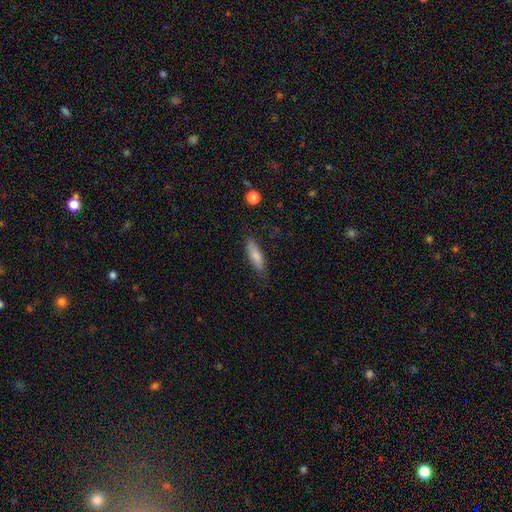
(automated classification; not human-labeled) A smooth galaxy with no disk features (80%) that is cigar-shaped (57%).

Vote fractions:
- Smooth or featured? smooth: 80% / featured or disk: 14% / star or artifact: 6%
- How rounded? cigar-shaped: 57% / in between: 41% / round: 2%
- Merging? none: 82% / minor disturbance: 14% / major disturbance: 3% / merger: 1%